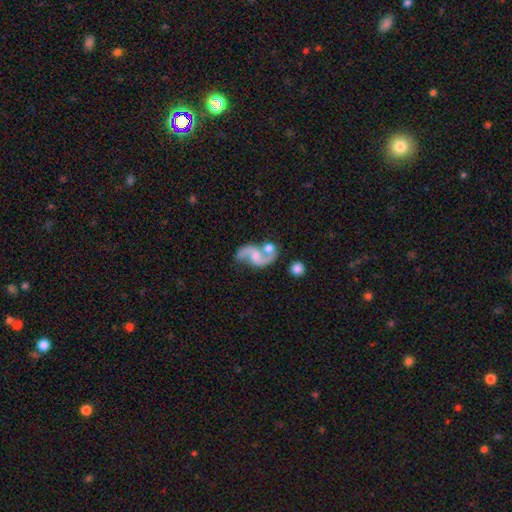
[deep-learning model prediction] featured or disk 87%, smooth 8%, star or artifact 5%. Down the decision tree: edge-on disk — no (98%); bar — no (46%); spiral arms — yes (96%); spiral arm count — 2 (93%); spiral winding — loose (68%); bulge size — small (35%, tied with moderate); merging — none (51%).